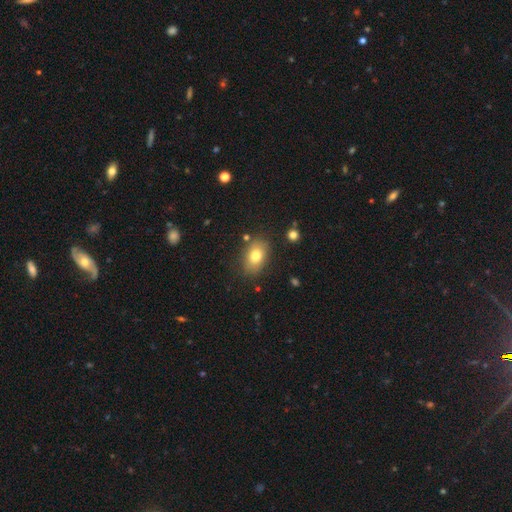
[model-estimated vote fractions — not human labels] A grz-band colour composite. It shows a smooth galaxy with no disk features (78%) that is in between round and cigar-shaped (81%). Merging: none (81%).